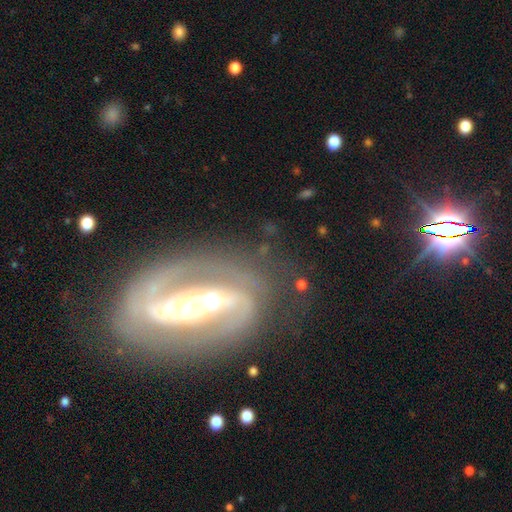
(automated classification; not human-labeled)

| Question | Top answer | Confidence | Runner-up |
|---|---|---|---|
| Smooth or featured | featured or disk | 89% | smooth (6%) |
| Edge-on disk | no | 94% | yes (6%) |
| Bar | strong | 67% | weak (21%) |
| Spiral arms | yes | 94% | no (6%) |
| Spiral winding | medium | 46% | tight (36%) |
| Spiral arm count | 2 | 90% | can't tell (4%) |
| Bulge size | moderate | 53% | small (36%) |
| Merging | none | 78% | minor disturbance (13%) |